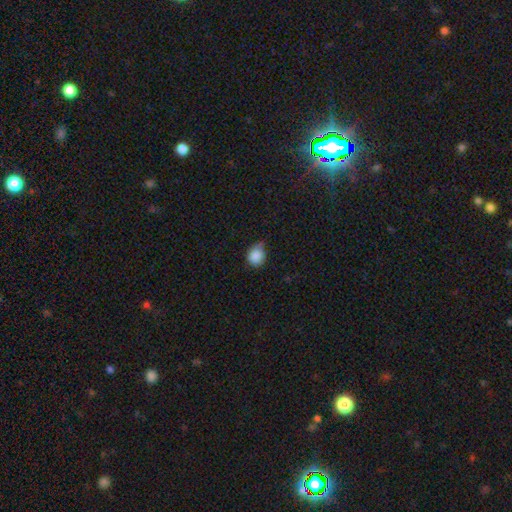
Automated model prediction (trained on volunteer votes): Smooth or featured?
  - smooth: 86% *
  - star or artifact: 9%
  - featured or disk: 5%
How rounded?
  - round: 71% *
  - in between: 28%
  - cigar-shaped: 1%
Merging?
  - none: 50% *
  - minor disturbance: 41%
  - major disturbance: 7%
  - merger: 2%